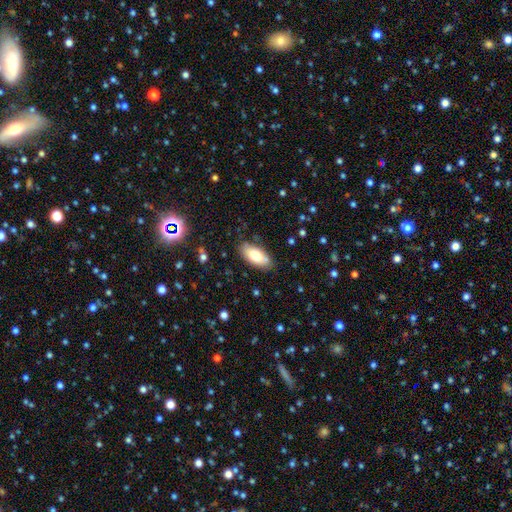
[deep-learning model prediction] Smooth or featured? smooth (78%)
How rounded? in between (90%)
Merging? none (81%)